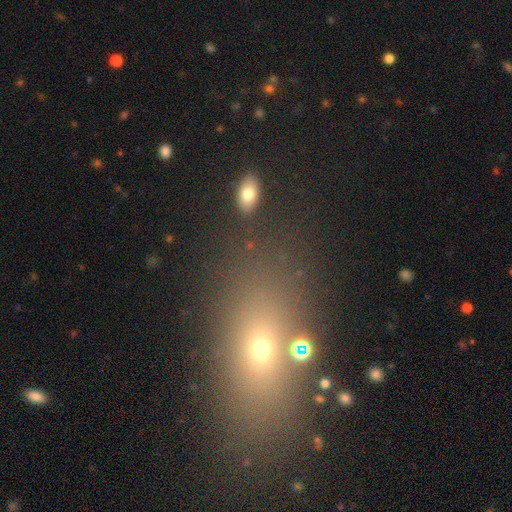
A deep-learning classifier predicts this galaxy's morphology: A smooth galaxy with no disk features (54%) that is in between round and cigar-shaped (65%). Merging: none (79%).